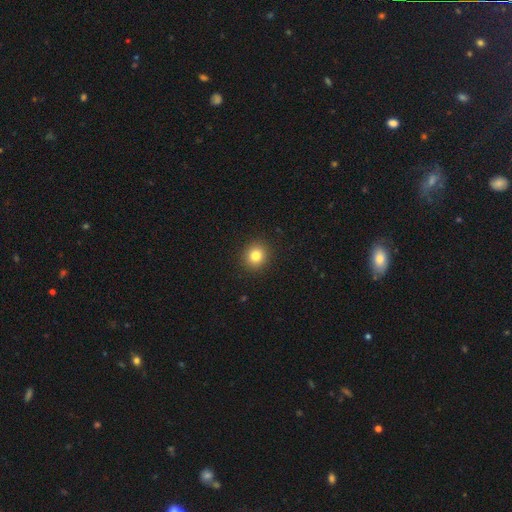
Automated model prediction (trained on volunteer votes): This is clearly a smooth galaxy (82%). How rounded: clearly round (86%). Merging: clearly none (92%).